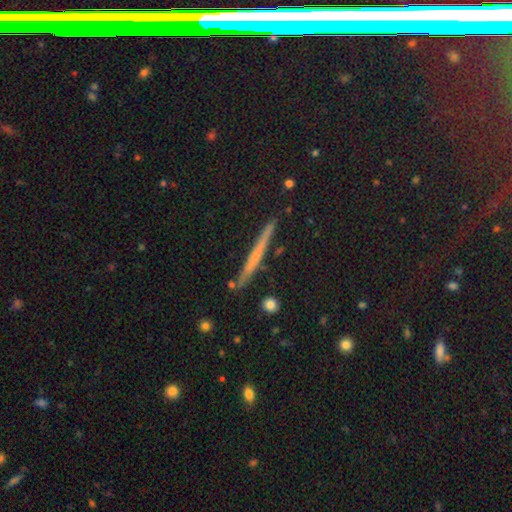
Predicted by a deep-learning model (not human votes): This is possibly a featured or disk galaxy (47%). Merging: clearly none (89%).